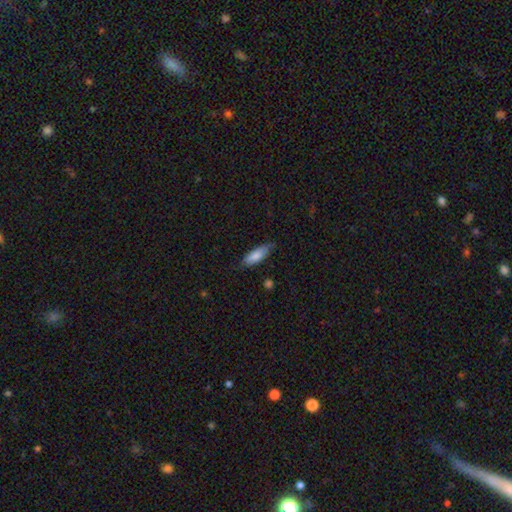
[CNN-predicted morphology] A smooth galaxy with no disk features (80%) that is in between round and cigar-shaped (62%). Merging: none (67%).